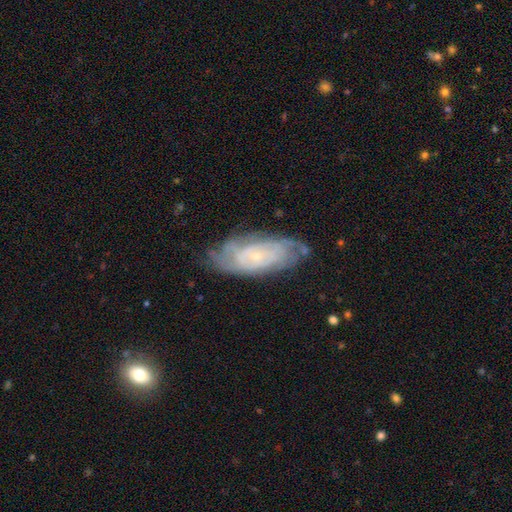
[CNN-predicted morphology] Smooth or featured: featured or disk — 78% (smooth — 16%)
Edge-on disk: no — 91% (yes — 9%)
Bar: no — 76% (weak — 20%)
Spiral arms: yes — 90% (no — 10%)
Spiral winding: tight — 72% (medium — 22%)
Spiral arm count: can't tell — 51% (2 — 19%)
Bulge size: small — 82% (moderate — 14%)
Merging: none — 71% (minor disturbance — 21%)